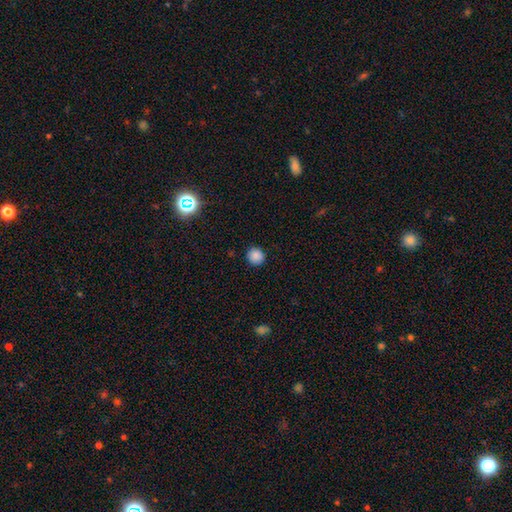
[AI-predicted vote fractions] This appears to be a smooth galaxy with no disk features (86%) that is round (92%). Merging: none (90%).